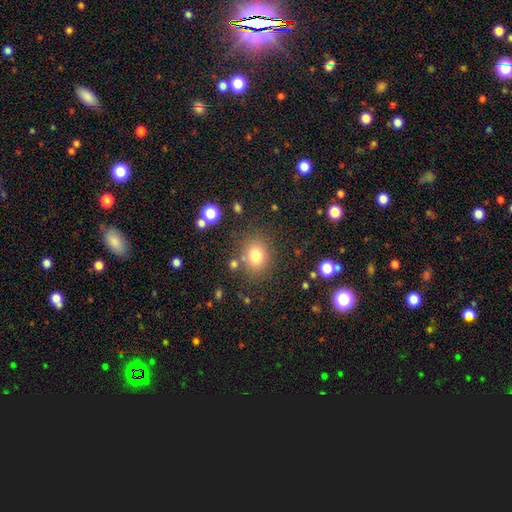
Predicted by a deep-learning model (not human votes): This appears to be a smooth galaxy with no disk features (78%) that is round (64%). Merging: none (78%).